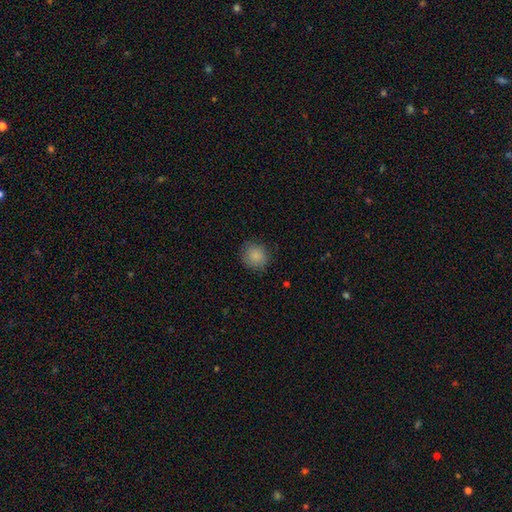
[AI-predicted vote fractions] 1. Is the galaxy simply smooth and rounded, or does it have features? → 88% smooth, 8% star or artifact, 4% featured or disk.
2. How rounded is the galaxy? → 87% round, 12% in between, 1% cigar-shaped.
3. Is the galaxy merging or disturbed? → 85% none, 11% minor disturbance, 3% major disturbance, 1% merger.